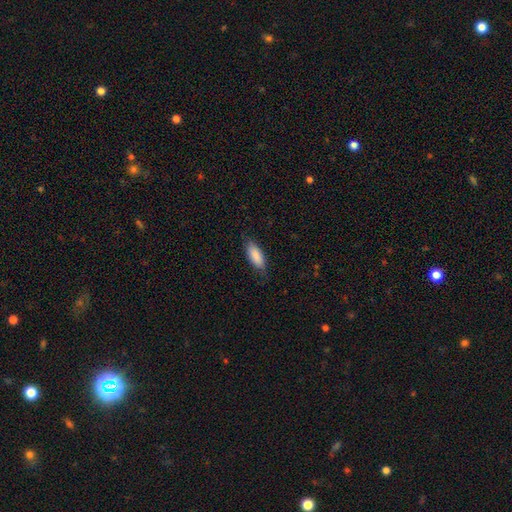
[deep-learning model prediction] Smooth or featured?
  - smooth: 87% *
  - featured or disk: 7%
  - star or artifact: 6%
How rounded?
  - in between: 76% *
  - cigar-shaped: 23%
  - round: 2%
Merging?
  - none: 79% *
  - minor disturbance: 17%
  - major disturbance: 3%
  - merger: 1%